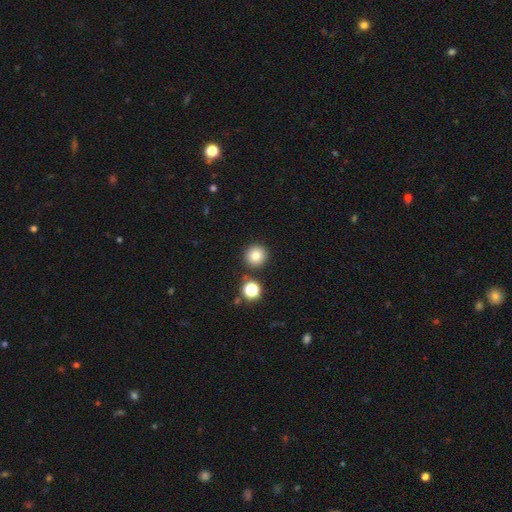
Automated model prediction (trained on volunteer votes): A smooth galaxy with no disk features (80%) that is round (95%). Merging: none (87%).